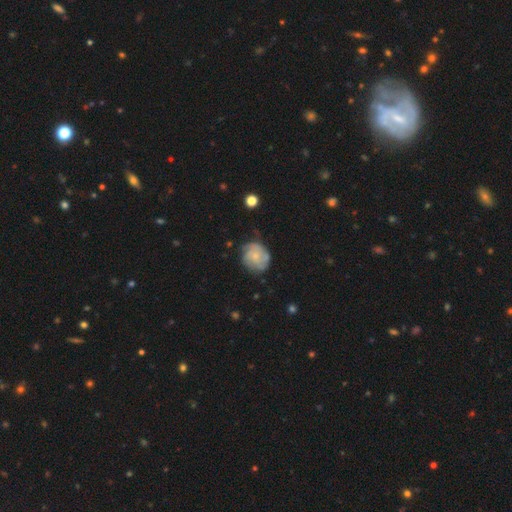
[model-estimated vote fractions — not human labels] featured or disk 66%, smooth 28%, star or artifact 7%. Down the decision tree: edge-on disk — no (98%); bar — no (78%); spiral arms — yes (88%); spiral arm count — can't tell (36%); spiral winding — tight (55%); bulge size — small (66%); merging — none (68%).